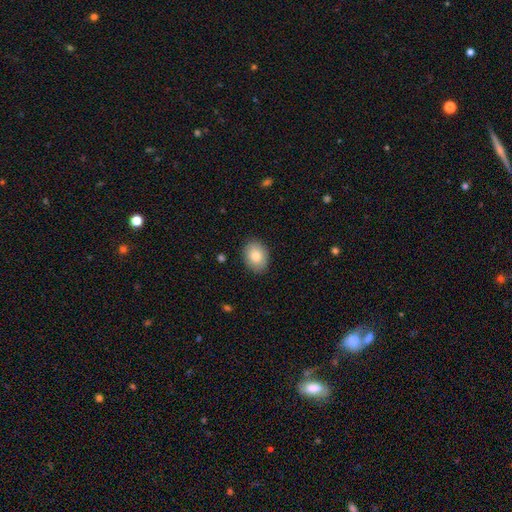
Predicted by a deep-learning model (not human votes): smooth_or_featured: smooth (p=0.81) [alt: featured or disk p=0.12]
how_rounded: in between (p=0.66) [alt: round p=0.33]
merging: none (p=0.87) [alt: minor disturbance p=0.10]